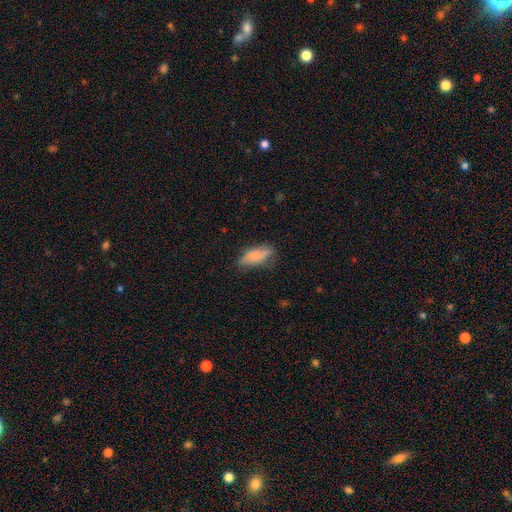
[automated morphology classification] type=smooth (78%); roundness=in between (65%); merging=none (60%).